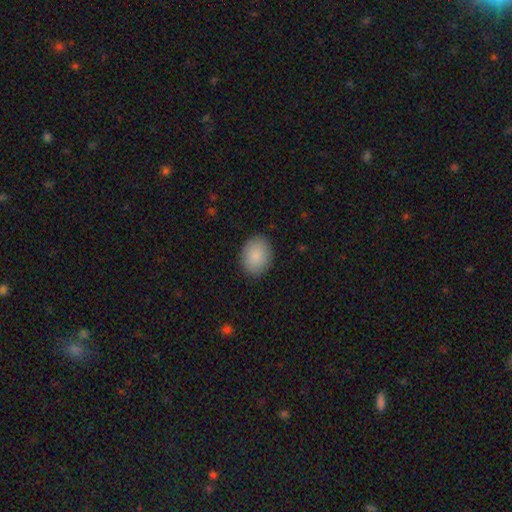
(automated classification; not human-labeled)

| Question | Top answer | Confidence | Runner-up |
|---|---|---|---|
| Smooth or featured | smooth | 88% | star or artifact (7%) |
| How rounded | in between | 60% | round (39%) |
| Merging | none | 88% | minor disturbance (9%) |